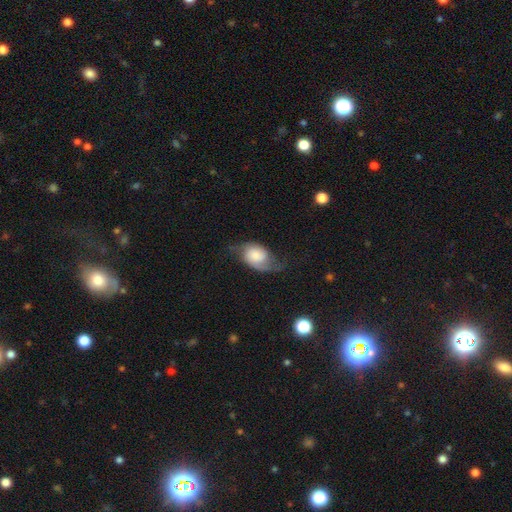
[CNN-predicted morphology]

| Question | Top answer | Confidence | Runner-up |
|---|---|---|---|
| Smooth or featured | featured or disk | 59% | smooth (34%) |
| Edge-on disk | no | 95% | yes (5%) |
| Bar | no | 71% | weak (24%) |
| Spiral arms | yes | 90% | no (10%) |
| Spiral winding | loose | 54% | medium (33%) |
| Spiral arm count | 2 | 80% | 1 (11%) |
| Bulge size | large | 30% | dominant (19%) |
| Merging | none | 48% | minor disturbance (29%) |